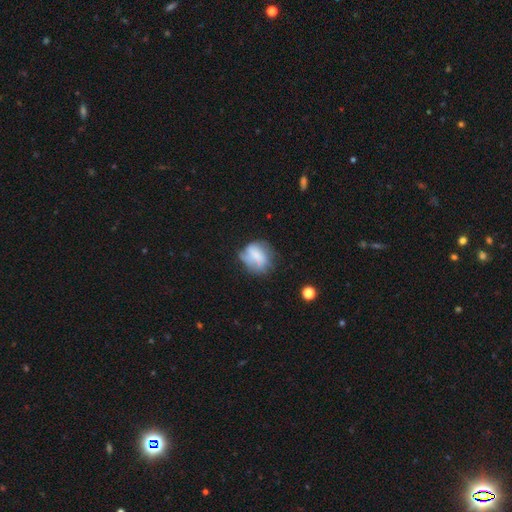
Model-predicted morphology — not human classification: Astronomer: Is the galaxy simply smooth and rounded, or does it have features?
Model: smooth — 60%.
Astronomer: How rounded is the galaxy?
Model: in between — 49%, tied with round at 49%.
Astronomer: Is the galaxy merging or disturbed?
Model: none — 40% (runner-up: minor disturbance, 32%).